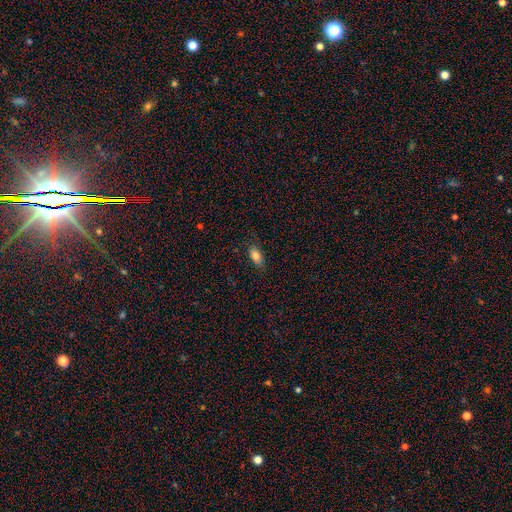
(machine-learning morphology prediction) Smooth or featured: smooth — 81% (featured or disk — 10%)
How rounded: in between — 87% (cigar-shaped — 8%)
Merging: none — 79% (minor disturbance — 16%)